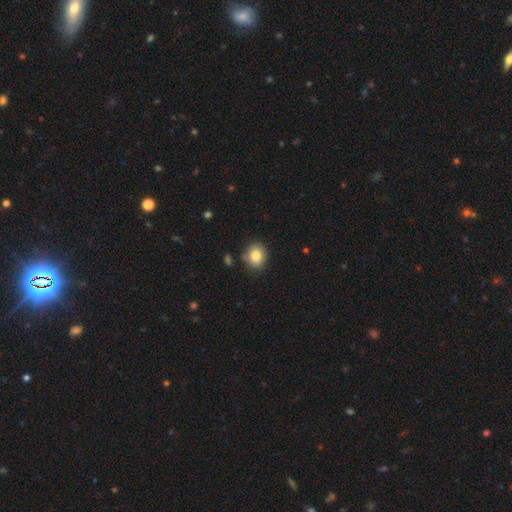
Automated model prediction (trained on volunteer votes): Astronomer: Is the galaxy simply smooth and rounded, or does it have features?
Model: smooth — 85%.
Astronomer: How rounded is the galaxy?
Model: round — 62% (runner-up: in between, 37%).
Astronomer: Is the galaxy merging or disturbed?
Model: none — 79%.